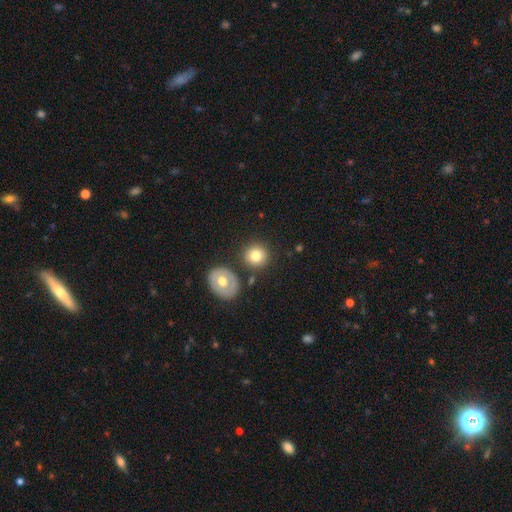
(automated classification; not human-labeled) A smooth galaxy with no disk features (76%) that is round (87%).

Vote fractions:
- Smooth or featured? smooth: 76% / featured or disk: 16% / star or artifact: 9%
- How rounded? round: 87% / in between: 12% / cigar-shaped: 1%
- Merging? none: 78% / minor disturbance: 10% / merger: 9% / major disturbance: 3%